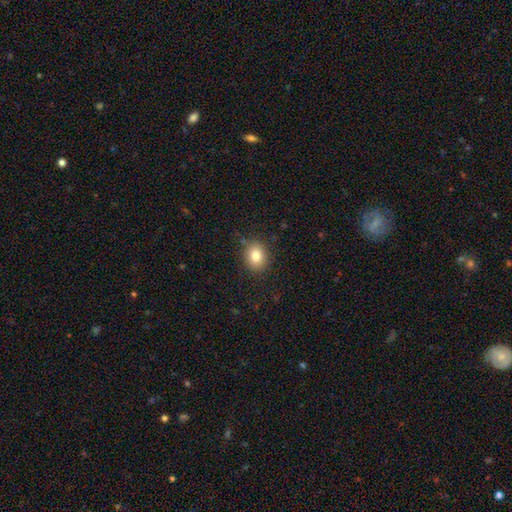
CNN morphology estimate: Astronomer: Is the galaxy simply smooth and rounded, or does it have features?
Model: smooth — 82%.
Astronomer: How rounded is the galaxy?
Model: round — 53% (runner-up: in between, 46%).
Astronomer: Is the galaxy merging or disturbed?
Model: none — 86%.